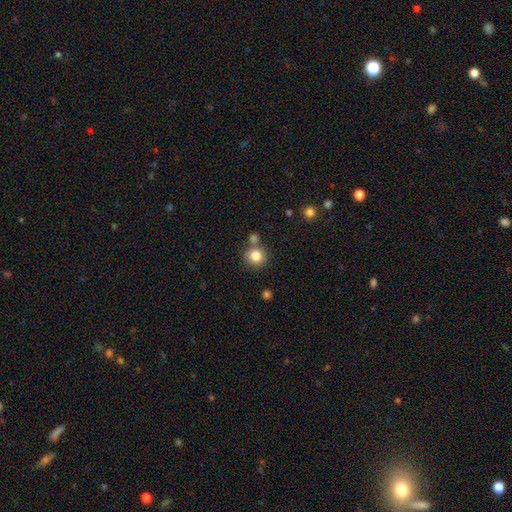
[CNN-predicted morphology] This appears to be a smooth galaxy with no disk features (83%) that is round (89%). Merging: none (70%).